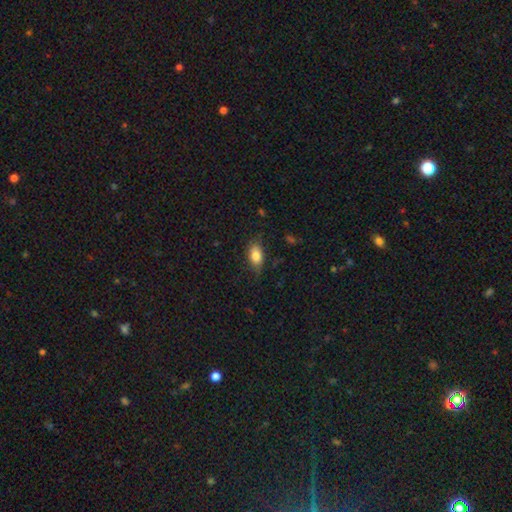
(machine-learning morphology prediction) Smooth or featured? smooth (82%)
How rounded? in between (89%)
Merging? none (73%)